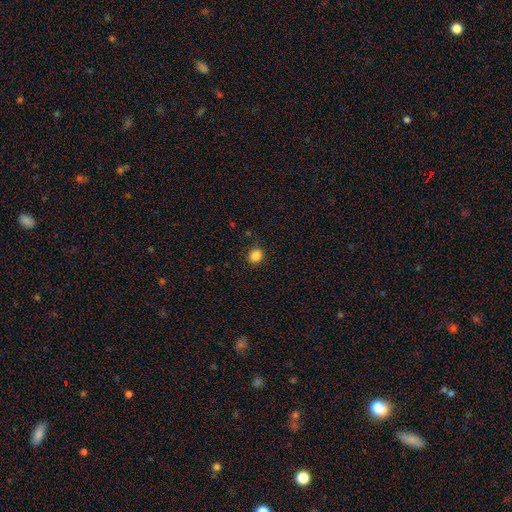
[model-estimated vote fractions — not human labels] Q: Smooth or featured?
A: smooth (85%); runner-up: star or artifact (11%)
Q: How rounded?
A: round (79%); runner-up: in between (20%)
Q: Merging?
A: none (87%); runner-up: minor disturbance (10%)